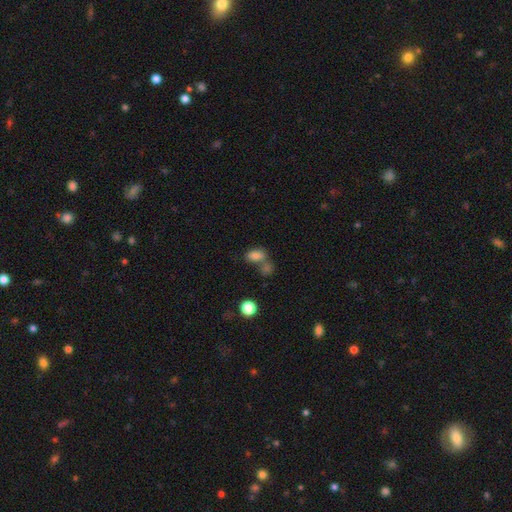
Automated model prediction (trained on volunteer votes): This is likely a smooth galaxy (79%). How rounded: clearly in between (86%). Merging: marginally merger (44%).